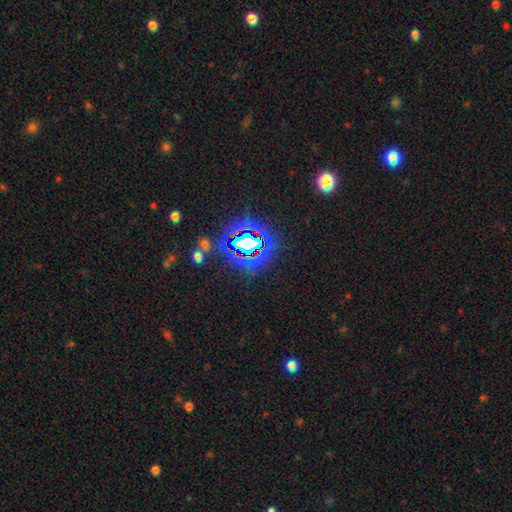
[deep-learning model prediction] Smooth or featured?
  - star or artifact: 83% *
  - smooth: 10%
  - featured or disk: 7%